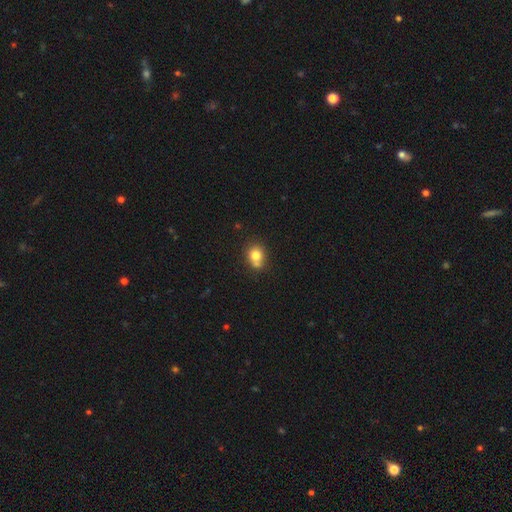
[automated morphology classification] type=smooth (78%); roundness=round (67%); merging=none (52%).